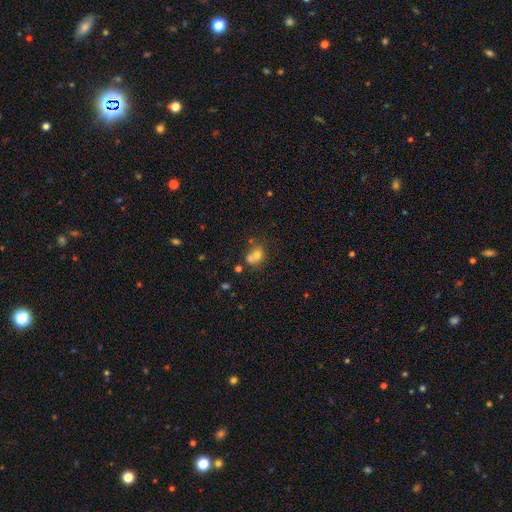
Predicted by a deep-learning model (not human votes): Overall: smooth (67%). How rounded: round (67%; in between 32%). Merging: merger (55%; none 31%).